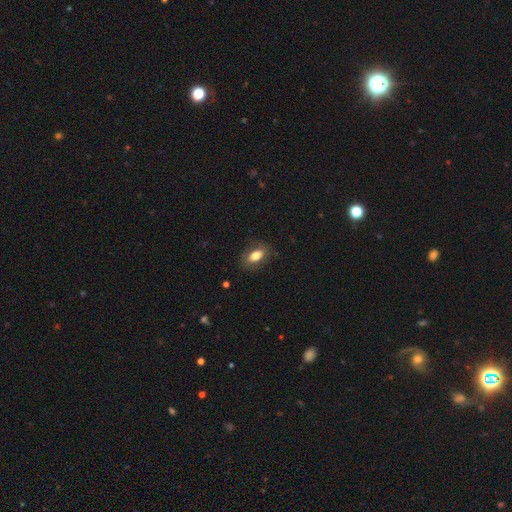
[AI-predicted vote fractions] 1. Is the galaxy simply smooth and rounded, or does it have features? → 79% smooth, 14% featured or disk, 7% star or artifact.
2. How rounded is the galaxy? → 88% in between, 7% round, 5% cigar-shaped.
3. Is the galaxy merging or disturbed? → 82% none, 13% minor disturbance, 4% major disturbance, 1% merger.